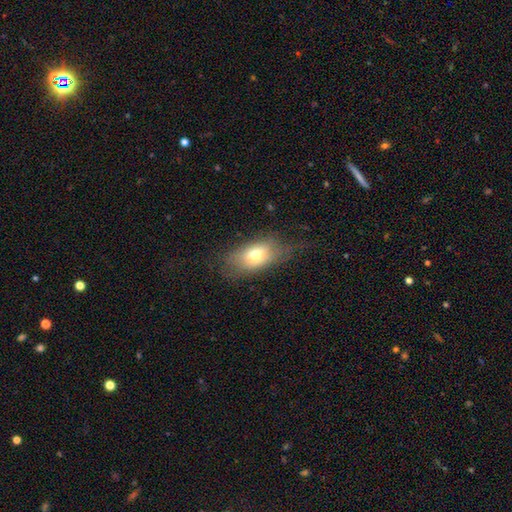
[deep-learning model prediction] Q: Smooth or featured?
A: smooth (68%); runner-up: featured or disk (23%)
Q: How rounded?
A: in between (85%); runner-up: round (10%)
Q: Merging?
A: none (60%); runner-up: minor disturbance (23%)